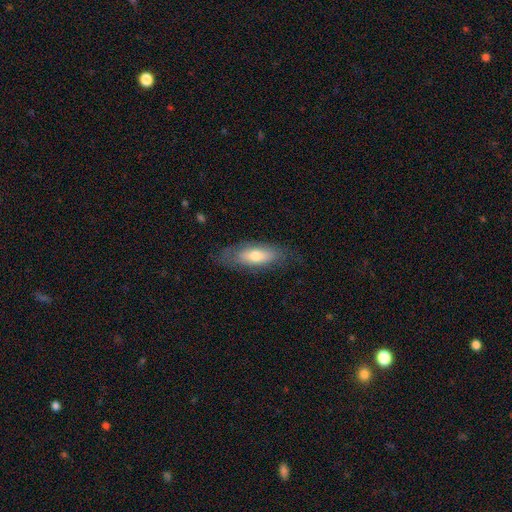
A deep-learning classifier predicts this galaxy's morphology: smooth 60%, featured or disk 33%, star or artifact 7%. Down the decision tree: how rounded — in between (64%); merging — none (74%).